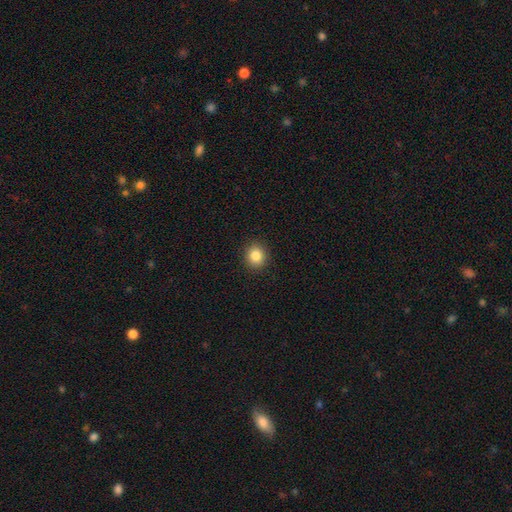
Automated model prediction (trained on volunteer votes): smooth-or-featured: smooth: 84% | star or artifact: 11% | featured or disk: 5%
  how-rounded: round: 86% | in between: 13% | cigar-shaped: 1%
  merging: none: 92% | minor disturbance: 6% | major disturbance: 2% | merger: 1%